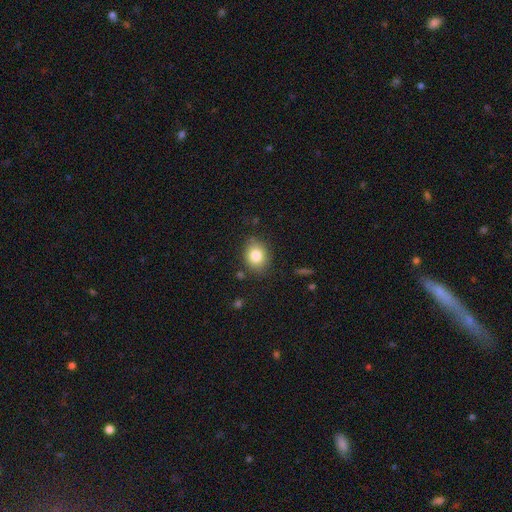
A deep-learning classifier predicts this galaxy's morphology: A smooth galaxy with no disk features (82%) that is round (58%).

Vote fractions:
- Smooth or featured? smooth: 82% / star or artifact: 10% / featured or disk: 9%
- How rounded? round: 58% / in between: 41% / cigar-shaped: 1%
- Merging? none: 81% / minor disturbance: 13% / major disturbance: 3% / merger: 2%